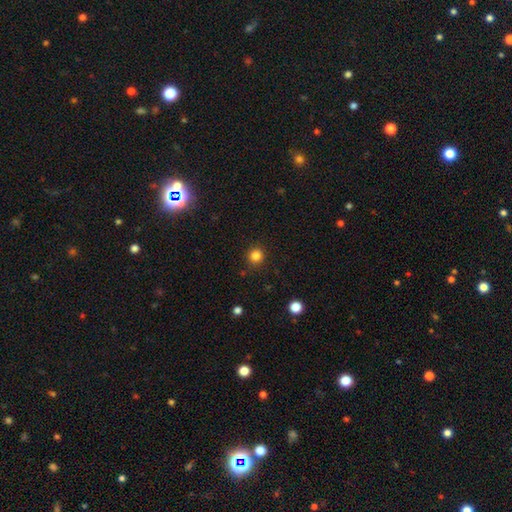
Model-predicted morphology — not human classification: Smooth or featured?
  - smooth: 83% *
  - star or artifact: 13%
  - featured or disk: 4%
How rounded?
  - round: 92% *
  - in between: 7%
  - cigar-shaped: 1%
Merging?
  - none: 89% *
  - minor disturbance: 7%
  - major disturbance: 2%
  - merger: 1%